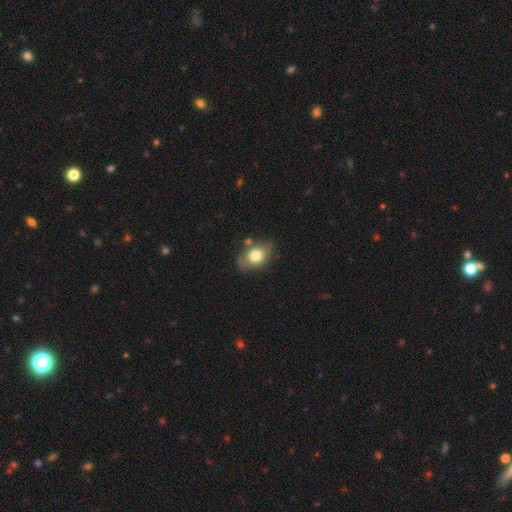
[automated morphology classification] Smooth or featured? smooth (75%)
How rounded? in between (70%)
Merging? none (67%)